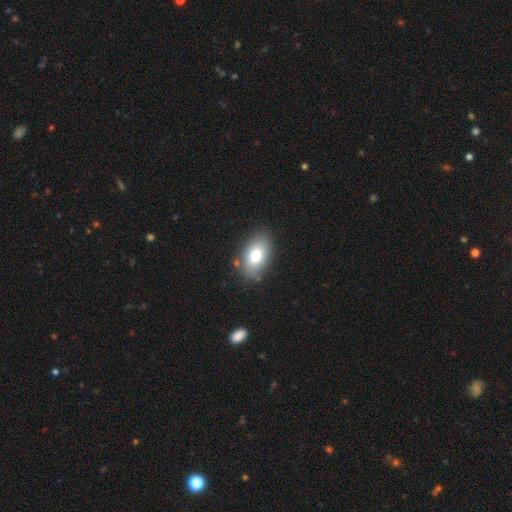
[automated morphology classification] A smooth galaxy with no disk features (78%) that is in between round and cigar-shaped (91%).

Vote fractions:
- Smooth or featured? smooth: 78% / featured or disk: 14% / star or artifact: 8%
- How rounded? in between: 91% / round: 7% / cigar-shaped: 2%
- Merging? none: 80% / minor disturbance: 14% / major disturbance: 3% / merger: 3%